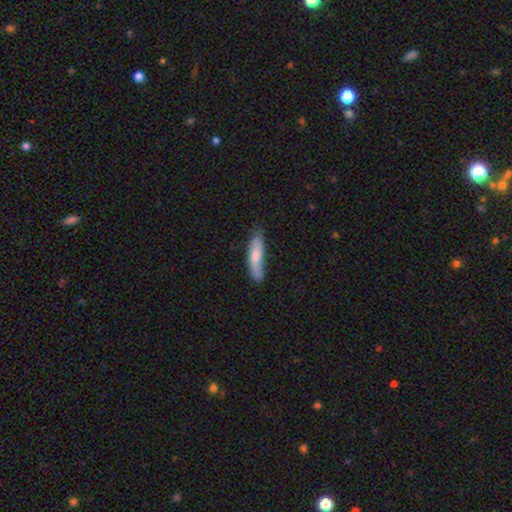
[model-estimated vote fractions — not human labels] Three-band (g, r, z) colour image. It shows a smooth galaxy with no disk features (73%) that is cigar-shaped (73%). Merging: none (66%).